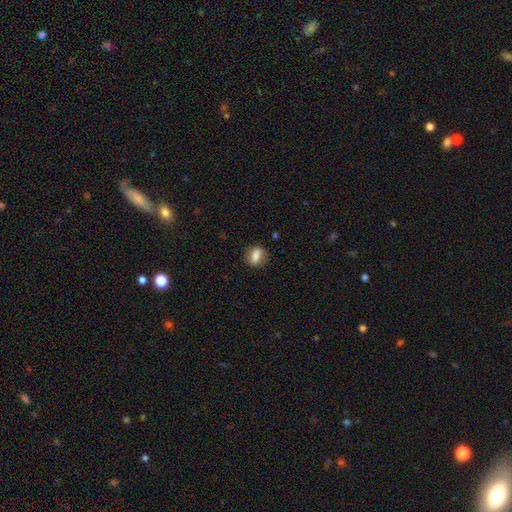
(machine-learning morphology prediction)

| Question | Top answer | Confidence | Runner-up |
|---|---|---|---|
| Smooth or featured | smooth | 71% | featured or disk (20%) |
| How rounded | in between | 61% | round (32%) |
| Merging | none | 78% | minor disturbance (15%) |